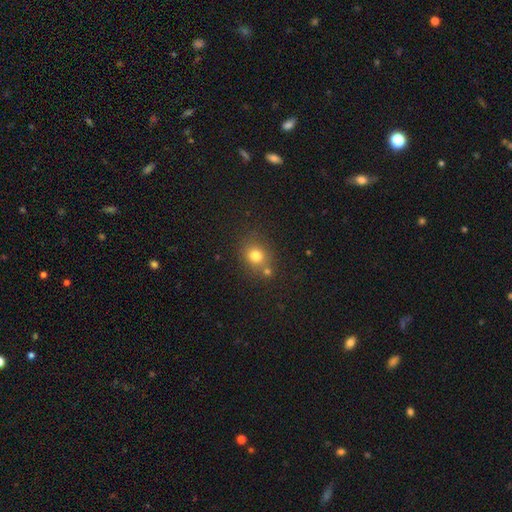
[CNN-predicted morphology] smooth 77%, star or artifact 15%, featured or disk 8%. Down the decision tree: how rounded — round (73%); merging — none (68%).